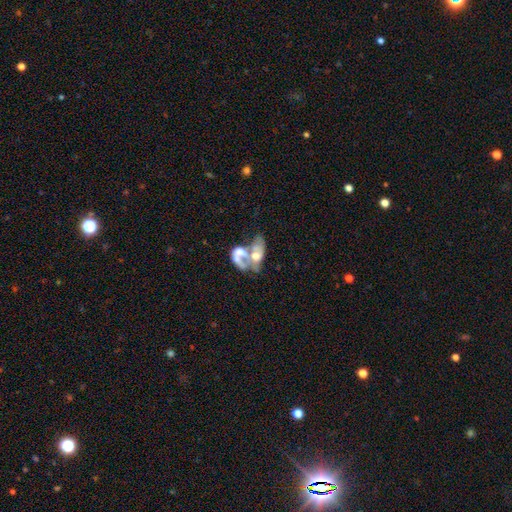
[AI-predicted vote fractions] Smooth or featured? featured or disk (59%)
Edge-on disk? no (96%)
Bar? no (84%)
Spiral arms? no (75%)
Bulge size? moderate (46%)
Merging? merger (71%)